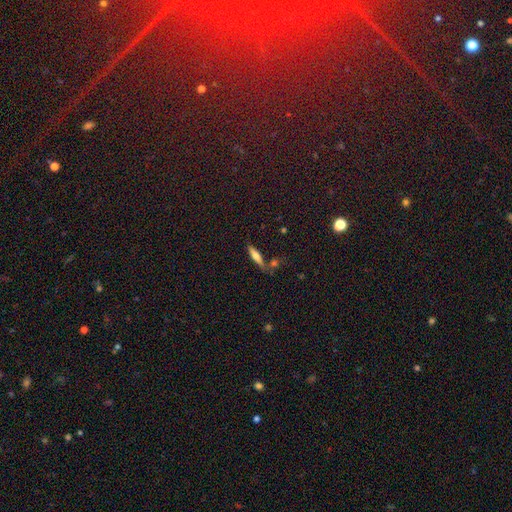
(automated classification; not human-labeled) Smooth or featured? Predicted: smooth (p=0.53). How rounded? Predicted: cigar-shaped (p=0.72). Merging? Predicted: none (p=0.70).